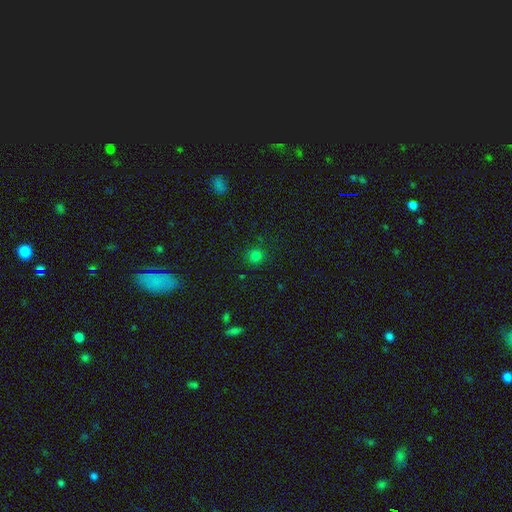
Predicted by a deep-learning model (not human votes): Morphology: type=smooth (77%); roundness=round (91%); merging=none (87%).